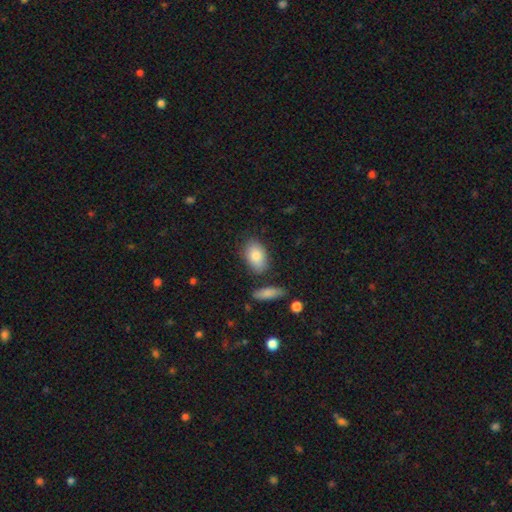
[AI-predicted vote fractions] A smooth galaxy with no disk features (83%) that is in between round and cigar-shaped (89%). Merging: none (75%).